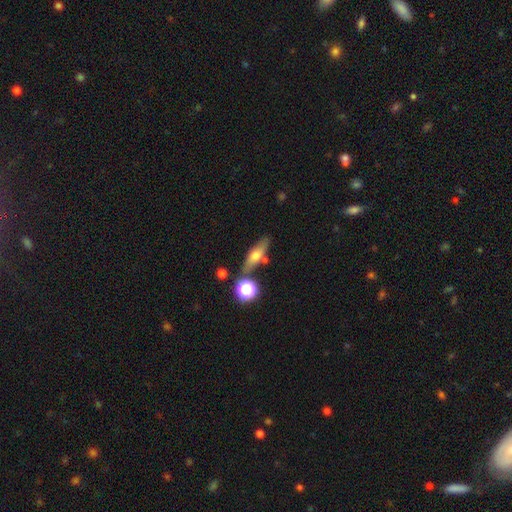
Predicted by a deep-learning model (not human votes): Smooth or featured? Predicted: smooth (p=0.51). How rounded? Predicted: in between (p=0.47). Merging? Predicted: none (p=0.72).